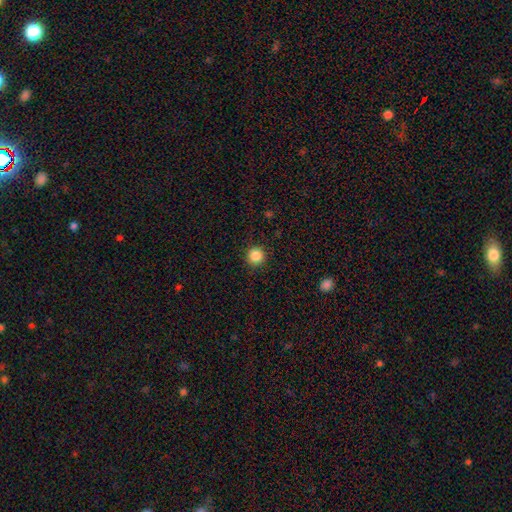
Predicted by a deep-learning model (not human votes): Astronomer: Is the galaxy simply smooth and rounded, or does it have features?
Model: smooth — 86%.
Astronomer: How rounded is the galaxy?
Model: round — 96%.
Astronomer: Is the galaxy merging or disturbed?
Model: none — 92%.